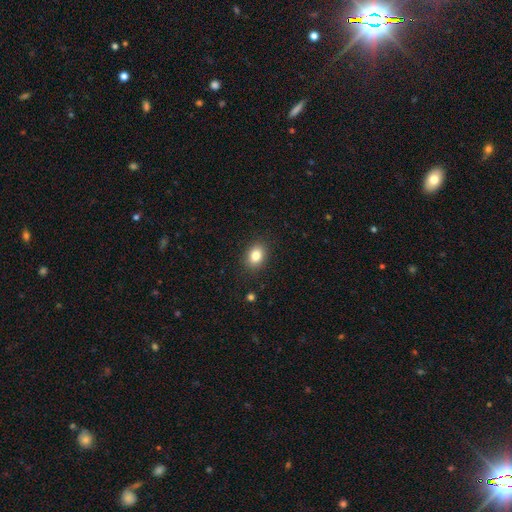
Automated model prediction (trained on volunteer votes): Morphology: type=smooth (83%); roundness=in between (60%); merging=none (88%).